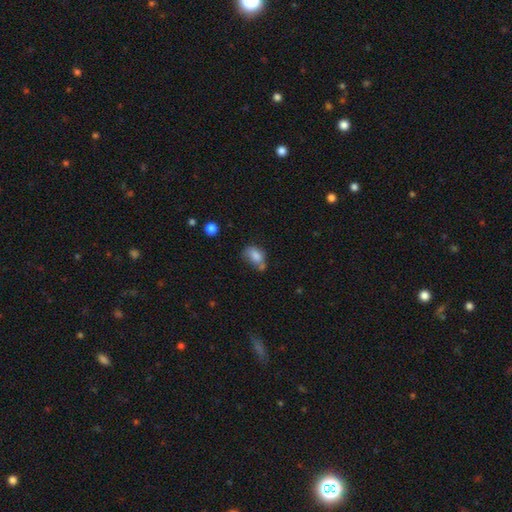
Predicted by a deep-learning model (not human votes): smooth_or_featured: smooth (p=0.78) [alt: featured or disk p=0.12]
how_rounded: in between (p=0.83) [alt: round p=0.15]
merging: none (p=0.38) [alt: minor disturbance p=0.30]